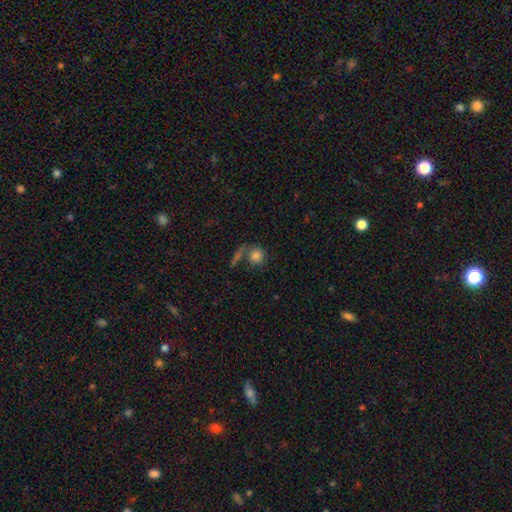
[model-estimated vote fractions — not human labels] Q: Smooth or featured?
A: smooth (79%); runner-up: star or artifact (11%)
Q: How rounded?
A: round (85%); runner-up: in between (13%)
Q: Merging?
A: none (52%); runner-up: merger (28%)